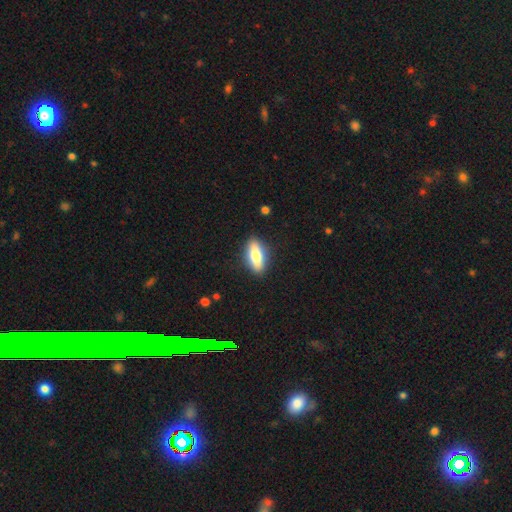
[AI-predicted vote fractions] Morphology: type=smooth (69%); roundness=in between (69%); merging=none (87%).